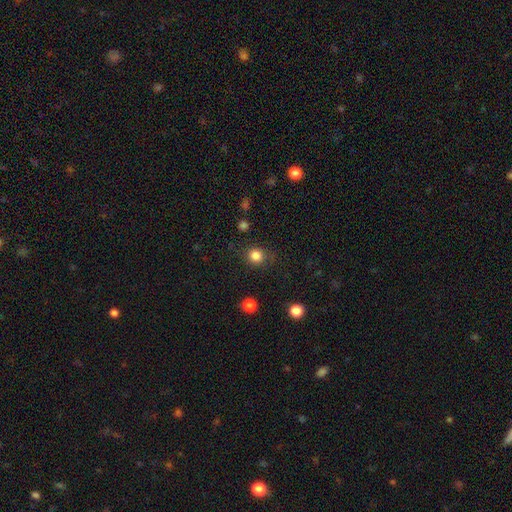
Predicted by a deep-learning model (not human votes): Smooth or featured? Predicted: smooth (p=0.84). How rounded? Predicted: round (p=0.89). Merging? Predicted: none (p=0.83).